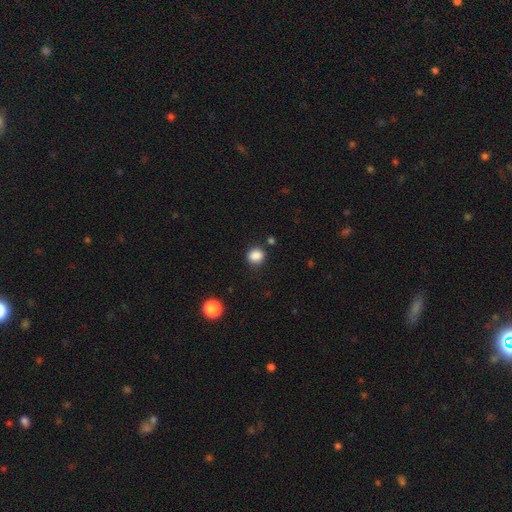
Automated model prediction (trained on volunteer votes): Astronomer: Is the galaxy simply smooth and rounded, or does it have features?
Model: smooth — 87%.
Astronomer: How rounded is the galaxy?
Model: round — 78%.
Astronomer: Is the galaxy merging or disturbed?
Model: none — 85%.